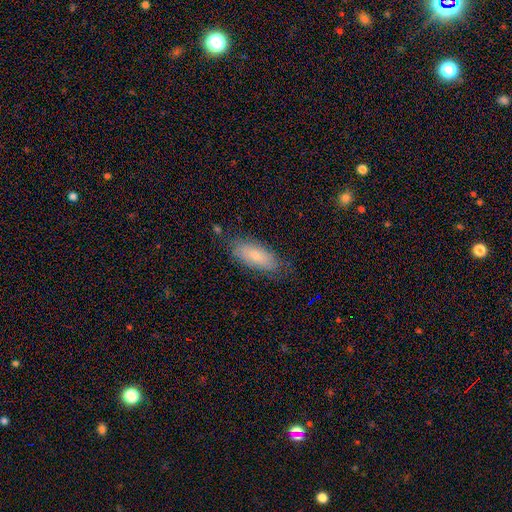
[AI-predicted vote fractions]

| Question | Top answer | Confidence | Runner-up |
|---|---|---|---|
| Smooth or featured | smooth | 74% | featured or disk (19%) |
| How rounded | in between | 80% | cigar-shaped (18%) |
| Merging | none | 74% | minor disturbance (19%) |